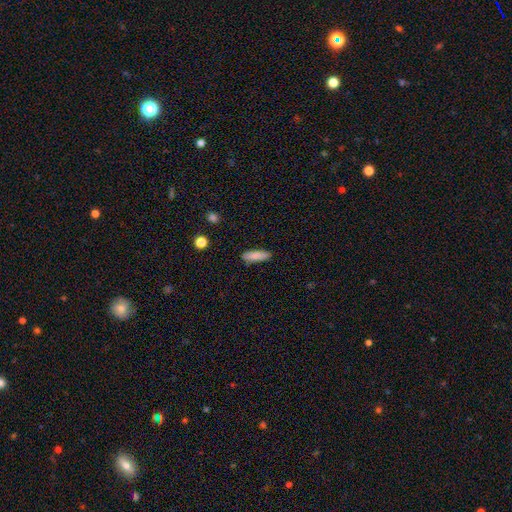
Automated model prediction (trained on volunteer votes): A smooth galaxy with no disk features (85%) that is cigar-shaped (61%).

Vote fractions:
- Smooth or featured? smooth: 85% / featured or disk: 8% / star or artifact: 7%
- How rounded? cigar-shaped: 61% / in between: 37% / round: 2%
- Merging? none: 85% / minor disturbance: 11% / major disturbance: 2% / merger: 2%